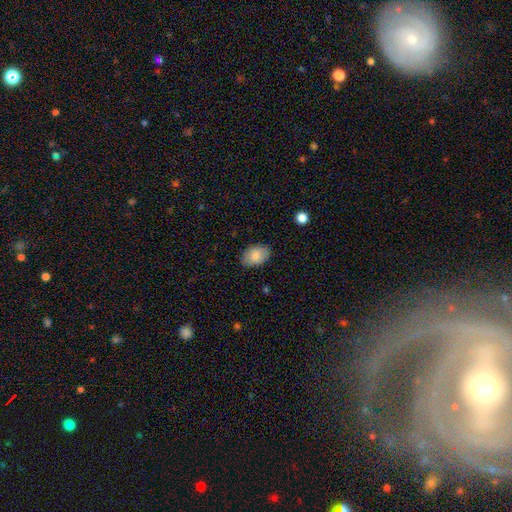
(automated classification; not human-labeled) smooth 85%, featured or disk 9%, star or artifact 7%. Down the decision tree: how rounded — in between (88%); merging — none (84%).